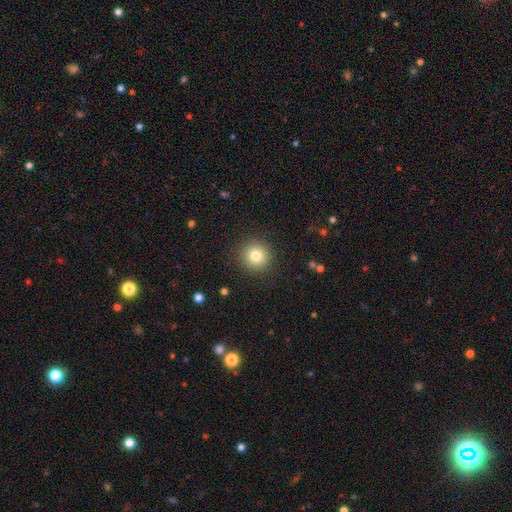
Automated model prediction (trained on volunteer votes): Smooth or featured: smooth — 79% (star or artifact — 12%)
How rounded: round — 95% (in between — 4%)
Merging: none — 91% (minor disturbance — 6%)